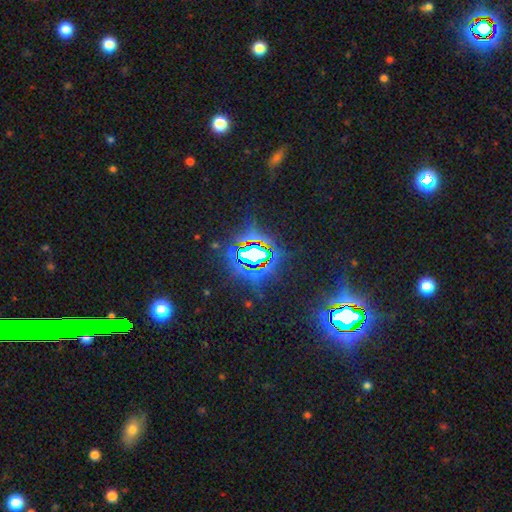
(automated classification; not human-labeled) smooth-or-featured: star or artifact: 81% | smooth: 10% | featured or disk: 9%